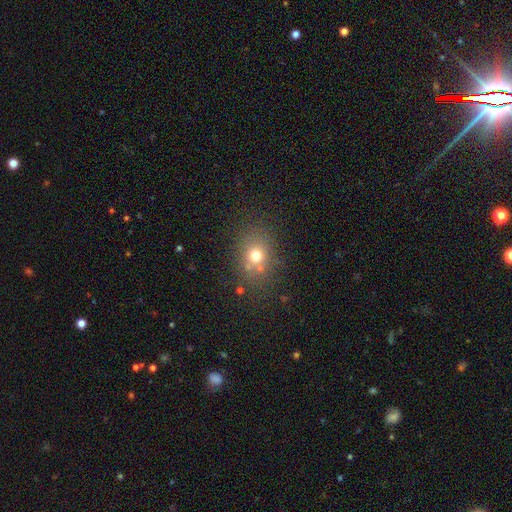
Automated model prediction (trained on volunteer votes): smooth_or_featured: smooth (p=0.68) [alt: star or artifact p=0.18]
how_rounded: round (p=0.61) [alt: in between p=0.38]
merging: none (p=0.72) [alt: minor disturbance p=0.13]